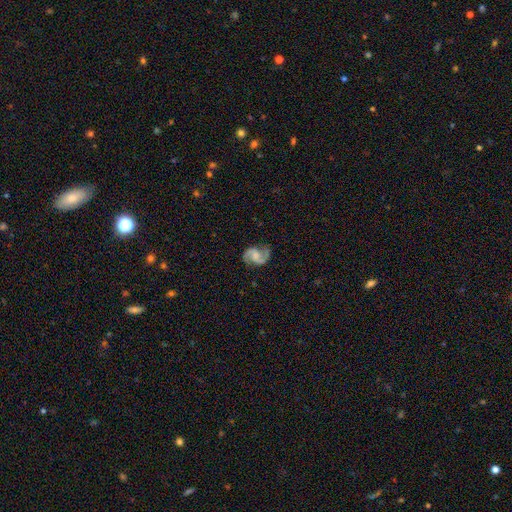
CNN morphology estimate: smooth-or-featured: featured or disk: 91% | star or artifact: 5% | smooth: 5%
  disk-edge-on: no: 98% | yes: 2%
    bar: no: 47% | weak: 42% | strong: 11%
    has-spiral-arms: yes: 98% | no: 2%
      spiral-winding: medium: 57% | loose: 29% | tight: 14%
      spiral-arm-count: 2: 94% | can't tell: 1% | 1: 1% | 3: 1% | 4: 1% | more than 4: 1%
    bulge-size: none: 35% | small: 30% | moderate: 28% | large: 5% | dominant: 1%
  merging: none: 82% | minor disturbance: 12% | major disturbance: 4% | merger: 1%